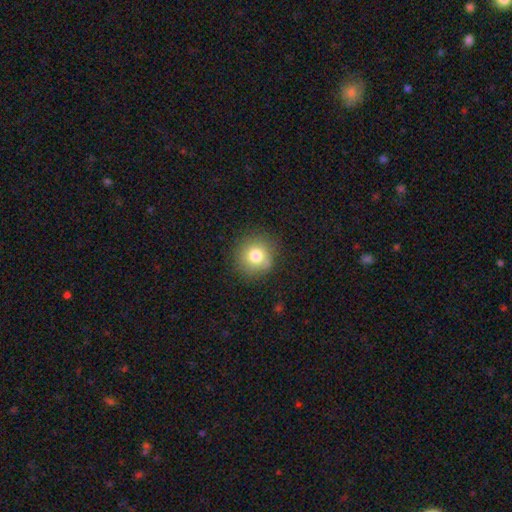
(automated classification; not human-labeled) Overall: smooth (79%). How rounded: round (92%). Merging: none (83%).